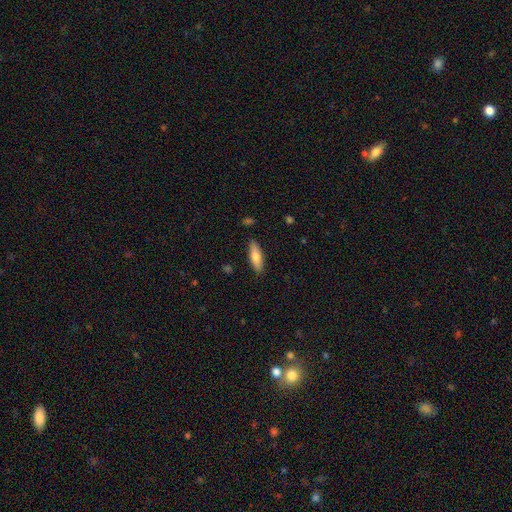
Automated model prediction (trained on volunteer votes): Overall: smooth (73%). How rounded: cigar-shaped (51%; in between 47%). Merging: none (88%).